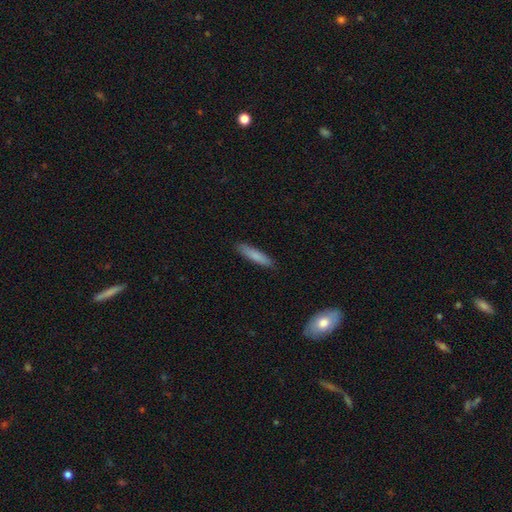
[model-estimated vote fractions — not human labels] Smooth or featured?
  - smooth: 82% *
  - featured or disk: 12%
  - star or artifact: 6%
How rounded?
  - cigar-shaped: 86% *
  - in between: 13%
  - round: 1%
Merging?
  - none: 88% *
  - minor disturbance: 9%
  - major disturbance: 2%
  - merger: 1%